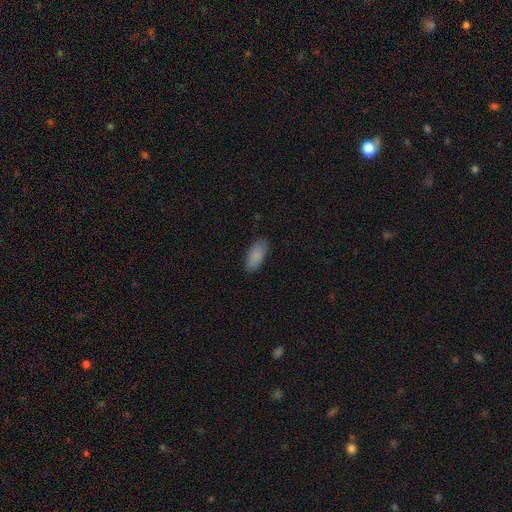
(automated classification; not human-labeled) The model was most divided on "merging": none: 83%, minor disturbance: 13%, major disturbance: 3%, merger: 1%. More confident: how rounded — in between (89%); smooth or featured — smooth (89%).